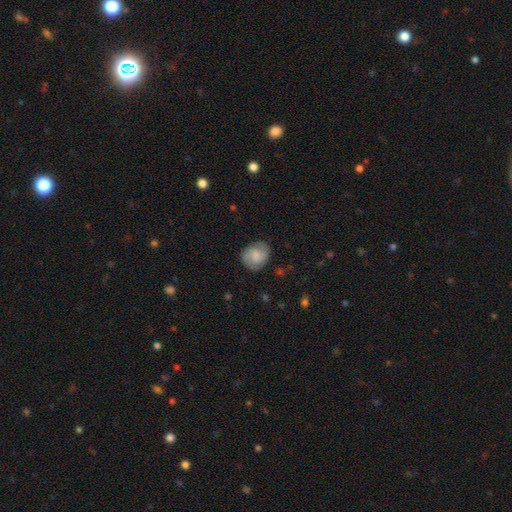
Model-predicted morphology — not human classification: smooth_or_featured: featured or disk (p=0.58) [alt: smooth p=0.35]
disk_edge_on: no (p=0.98) [alt: yes p=0.02]
bar: no (p=0.47) [alt: weak p=0.44]
has_spiral_arms: yes (p=0.93) [alt: no p=0.07]
spiral_winding: medium (p=0.45) [alt: tight p=0.42]
spiral_arm_count: 2 (p=0.84) [alt: can't tell p=0.08]
bulge_size: none (p=0.39) [alt: small p=0.28]
merging: none (p=0.81) [alt: minor disturbance p=0.14]